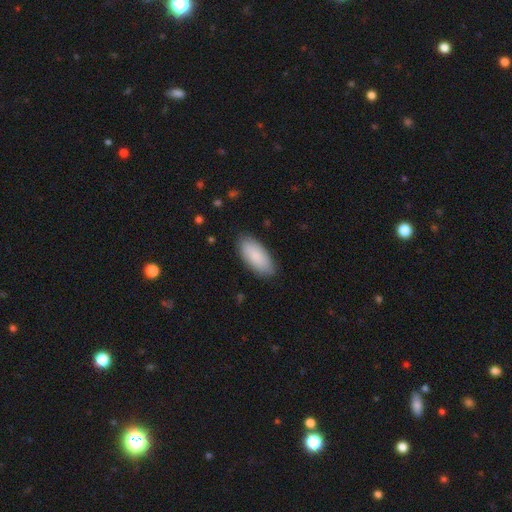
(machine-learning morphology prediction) Smooth or featured: smooth — 87% (featured or disk — 8%)
How rounded: in between — 89% (cigar-shaped — 10%)
Merging: none — 86% (minor disturbance — 11%)